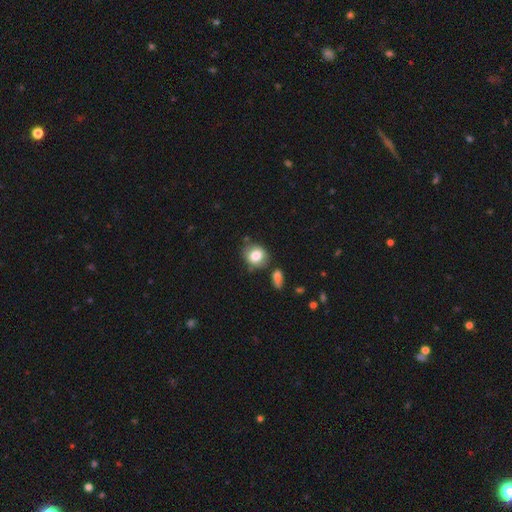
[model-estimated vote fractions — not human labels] Smooth or featured: smooth — 80% (featured or disk — 11%)
How rounded: round — 70% (in between — 29%)
Merging: none — 70% (minor disturbance — 16%)